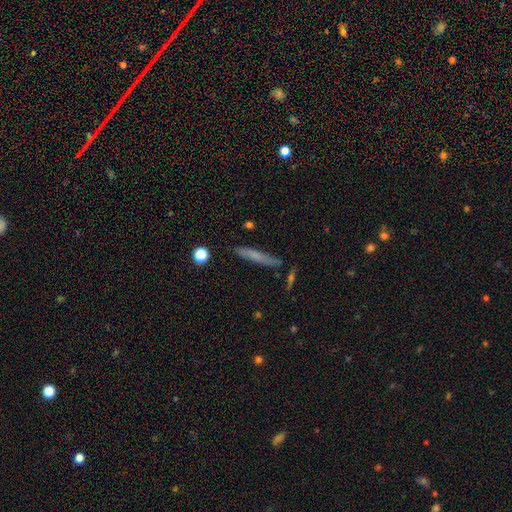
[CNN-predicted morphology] A smooth galaxy with no disk features (63%) that is cigar-shaped (92%).

Vote fractions:
- Smooth or featured? smooth: 63% / featured or disk: 29% / star or artifact: 9%
- How rounded? cigar-shaped: 92% / in between: 6% / round: 2%
- Merging? none: 82% / minor disturbance: 12% / merger: 4% / major disturbance: 3%